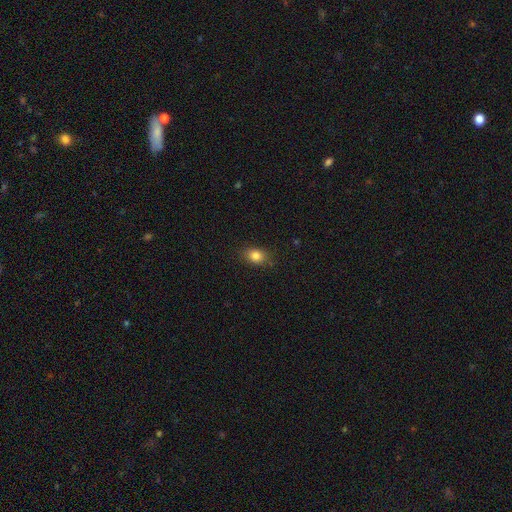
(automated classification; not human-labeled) A smooth galaxy with no disk features (83%) that is in between round and cigar-shaped (63%). Merging: none (84%).